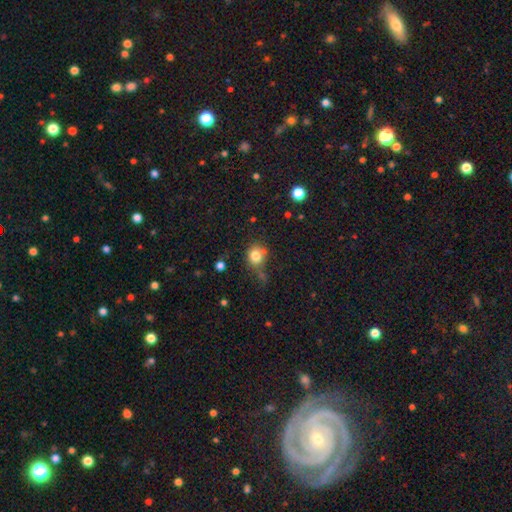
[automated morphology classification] Smooth or featured?
  - smooth: 79% *
  - star or artifact: 12%
  - featured or disk: 8%
How rounded?
  - round: 79% *
  - in between: 20%
  - cigar-shaped: 1%
Merging?
  - none: 58% *
  - minor disturbance: 22%
  - merger: 11%
  - major disturbance: 10%